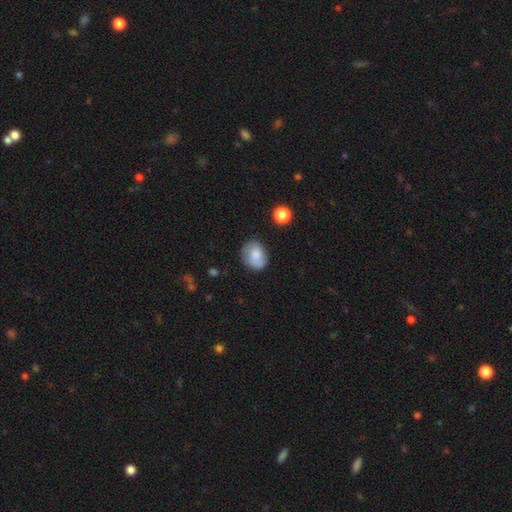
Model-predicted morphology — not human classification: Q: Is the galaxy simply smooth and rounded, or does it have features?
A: smooth — 79%.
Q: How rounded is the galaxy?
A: in between — 53%.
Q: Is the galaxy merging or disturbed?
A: none — 73%.